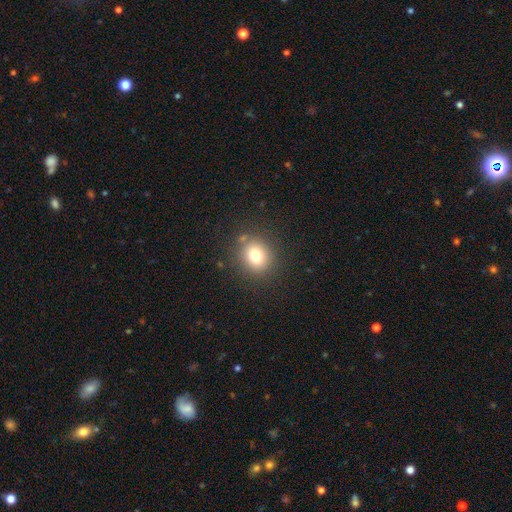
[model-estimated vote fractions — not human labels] This appears to be a smooth galaxy with no disk features (78%) that is round (70%). Merging: none (84%).